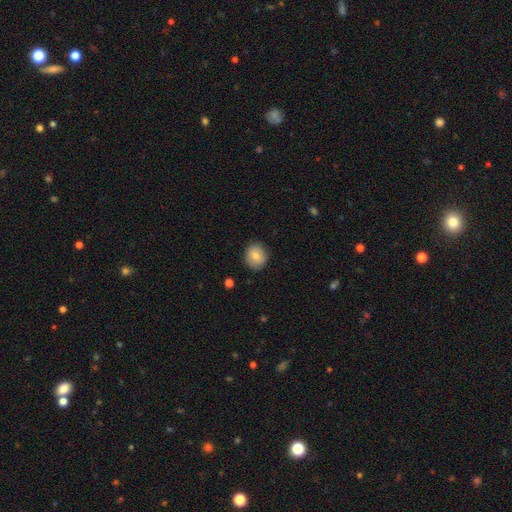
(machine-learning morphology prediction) Smooth or featured? smooth (79%)
How rounded? round (72%)
Merging? none (87%)